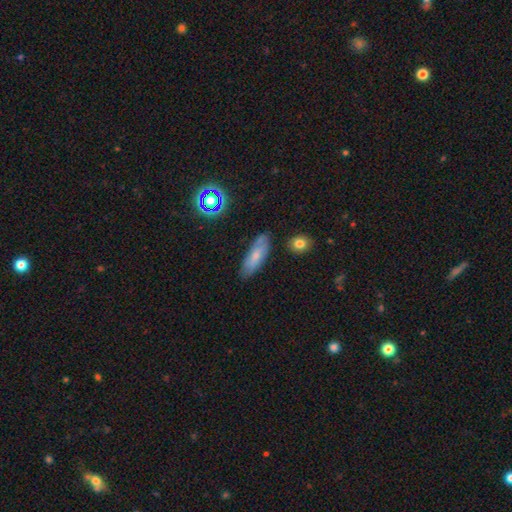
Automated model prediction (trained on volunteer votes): The model was most divided on "how rounded": in between: 63%, cigar-shaped: 34%, round: 3%. More confident: merging — none (76%); smooth or featured — smooth (63%).